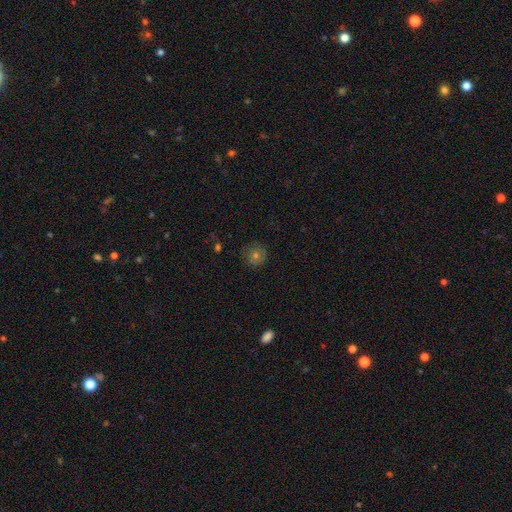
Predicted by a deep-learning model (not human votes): Smooth or featured? Predicted: smooth (p=0.63). How rounded? Predicted: round (p=0.94). Merging? Predicted: none (p=0.85).